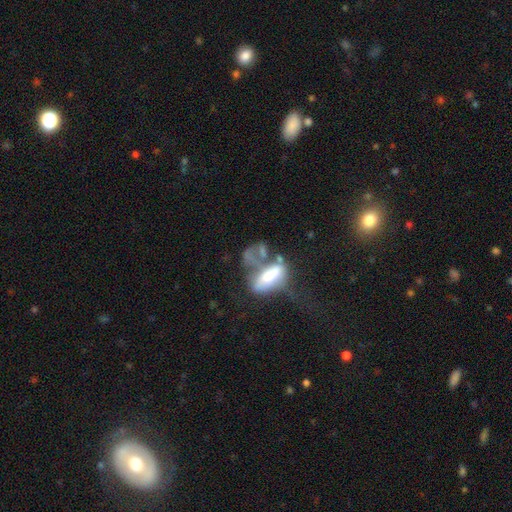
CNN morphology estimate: Smooth or featured: featured or disk — 46% (smooth — 41%)
Merging: major disturbance — 38% (merger — 35%)